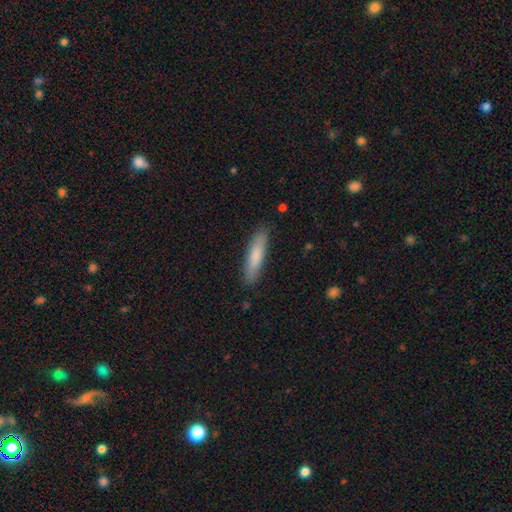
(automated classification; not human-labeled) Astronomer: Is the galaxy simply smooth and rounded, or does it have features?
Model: smooth — 78%.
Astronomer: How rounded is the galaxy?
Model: cigar-shaped — 81%.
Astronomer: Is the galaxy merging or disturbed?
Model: none — 86%.